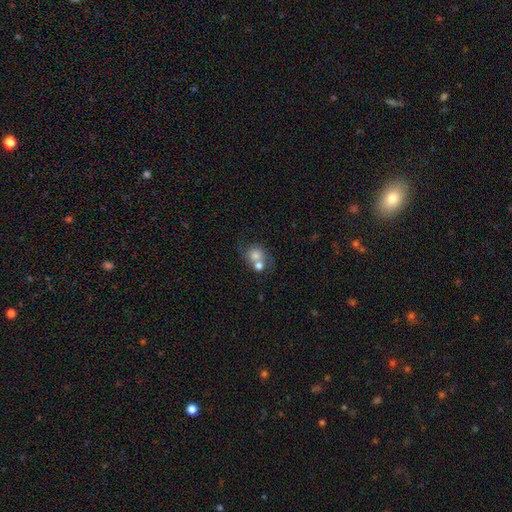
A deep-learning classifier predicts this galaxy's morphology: This is likely a smooth galaxy (69%). How rounded: likely round (74%). Merging: possibly merger (47%).